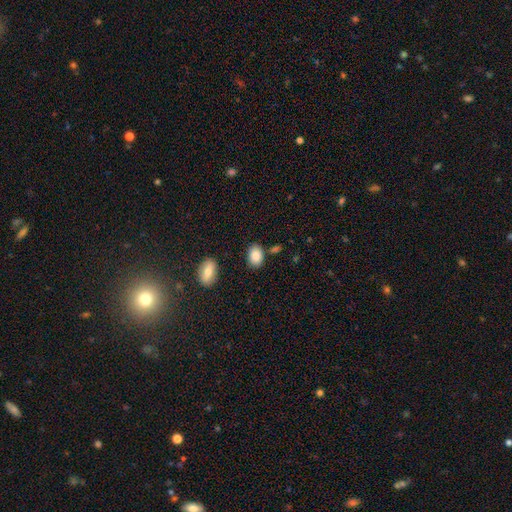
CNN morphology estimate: Overall: smooth (87%). How rounded: in between (83%). Merging: none (80%).